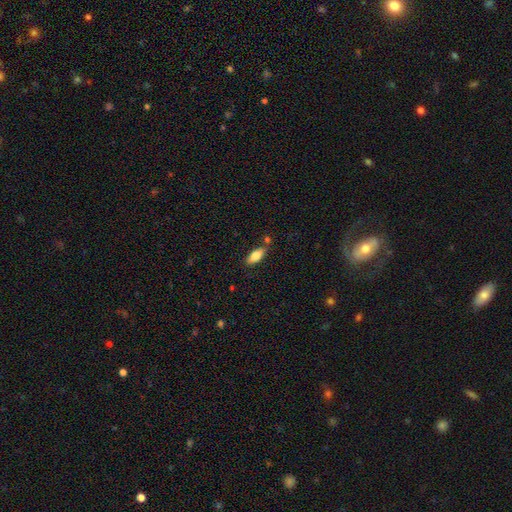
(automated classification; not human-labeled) Smooth or featured? Predicted: smooth (p=0.76). How rounded? Predicted: in between (p=0.81). Merging? Predicted: none (p=0.73).